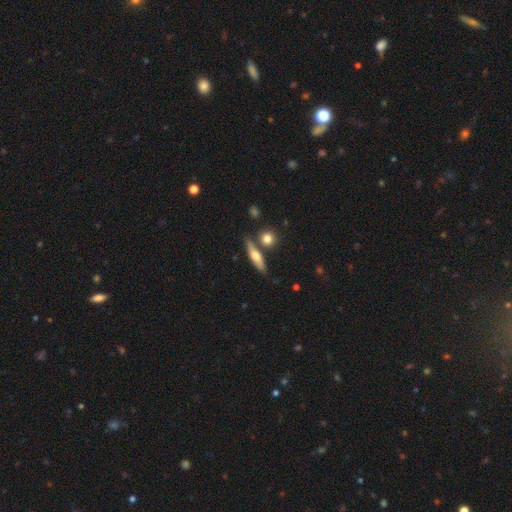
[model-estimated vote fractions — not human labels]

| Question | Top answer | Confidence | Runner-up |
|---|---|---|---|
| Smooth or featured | smooth | 53% | featured or disk (40%) |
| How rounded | cigar-shaped | 67% | in between (28%) |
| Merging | none | 72% | minor disturbance (13%) |